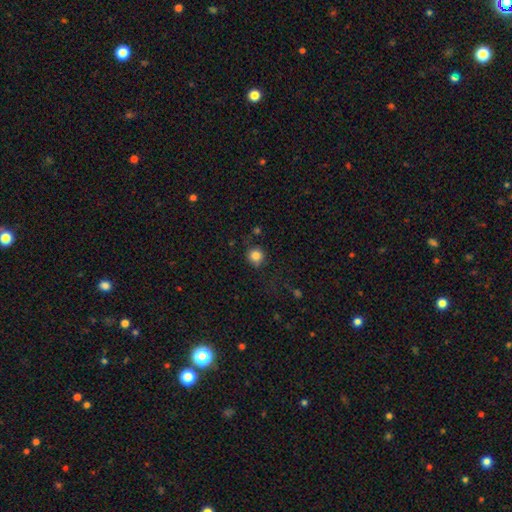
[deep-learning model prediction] smooth-or-featured: smooth: 84% | star or artifact: 11% | featured or disk: 5%
  how-rounded: round: 91% | in between: 8% | cigar-shaped: 1%
  merging: none: 78% | minor disturbance: 14% | major disturbance: 6% | merger: 3%